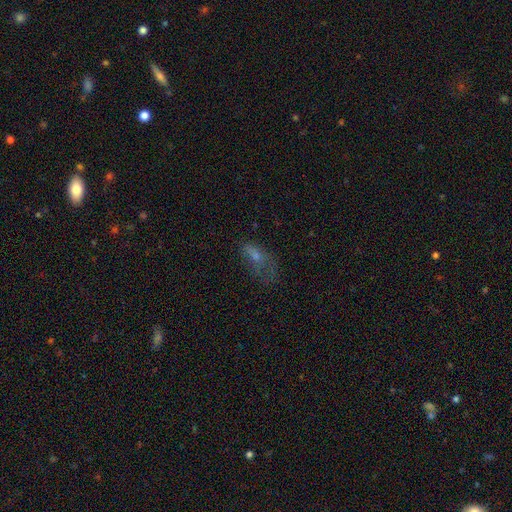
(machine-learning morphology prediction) The model was most divided on "merging": major disturbance: 45%, none: 27%, minor disturbance: 25%, merger: 3%. More confident: how rounded — in between (77%); smooth or featured — smooth (53%).